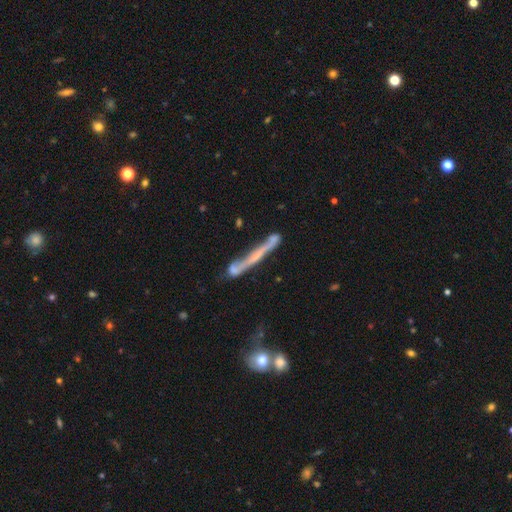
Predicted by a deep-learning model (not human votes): Smooth or featured: featured or disk — 65% (smooth — 27%)
Edge-on disk: yes — 88% (no — 12%)
Edge-on bulge: none — 64% (rounded — 24%)
Merging: none — 56% (minor disturbance — 22%)